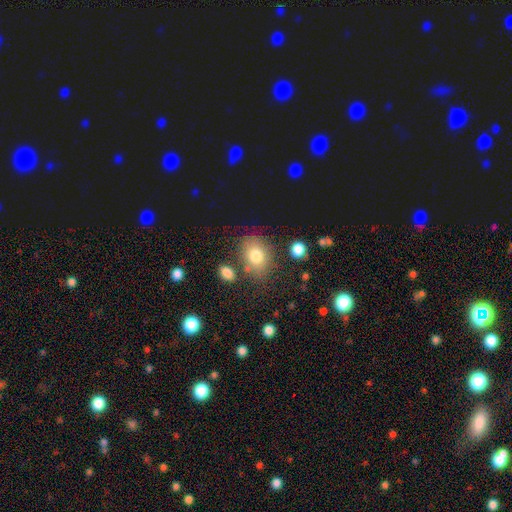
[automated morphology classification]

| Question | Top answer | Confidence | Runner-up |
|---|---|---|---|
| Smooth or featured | smooth | 76% | featured or disk (12%) |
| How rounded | in between | 63% | round (36%) |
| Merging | none | 73% | minor disturbance (14%) |